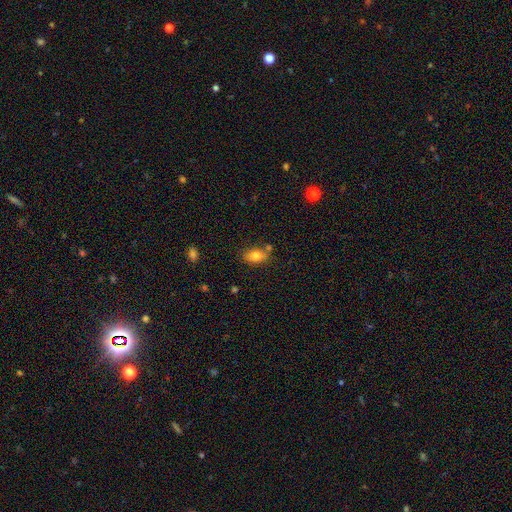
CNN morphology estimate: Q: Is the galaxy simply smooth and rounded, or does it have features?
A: smooth — 80%.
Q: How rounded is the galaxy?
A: in between — 86%.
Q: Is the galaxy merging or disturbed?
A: none — 69%.